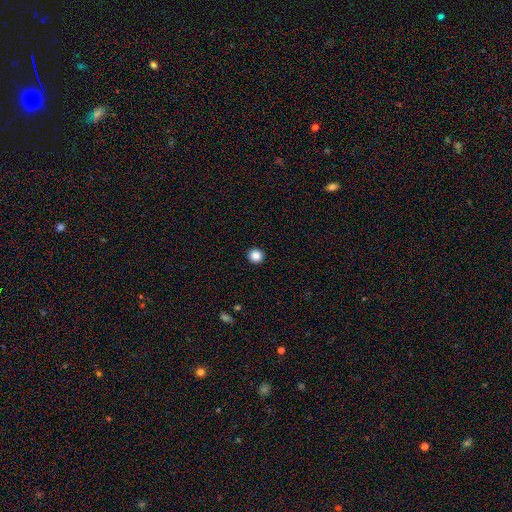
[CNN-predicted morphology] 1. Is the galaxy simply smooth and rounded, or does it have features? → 87% smooth, 10% star or artifact, 3% featured or disk.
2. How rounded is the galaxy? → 94% round, 5% in between, 1% cigar-shaped.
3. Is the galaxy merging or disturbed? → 94% none, 4% minor disturbance, 2% major disturbance, 1% merger.